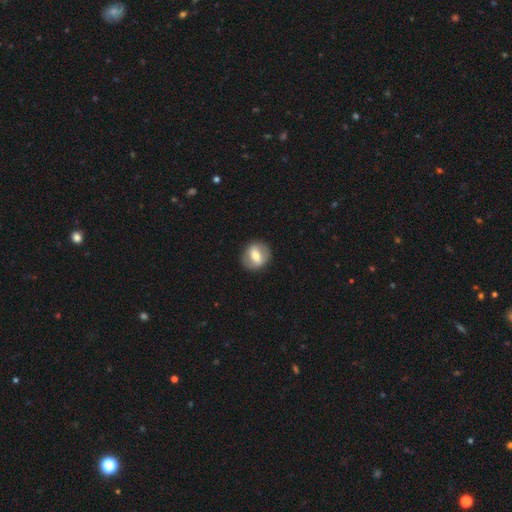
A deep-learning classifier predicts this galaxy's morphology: This appears to be a smooth galaxy with no disk features (50%). Merging: none (86%).